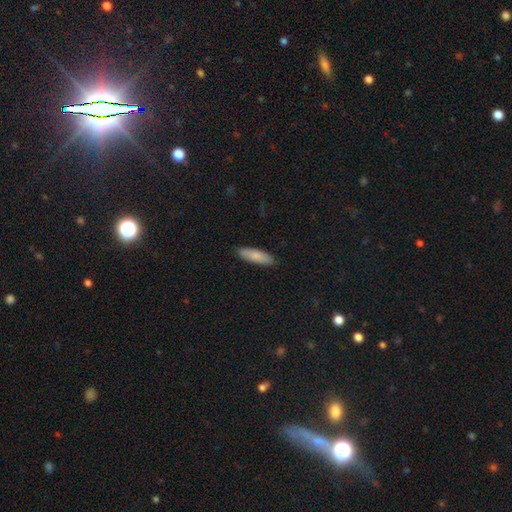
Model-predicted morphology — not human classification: This is clearly a smooth galaxy (84%). How rounded: possibly in between (51%). Merging: clearly none (88%).